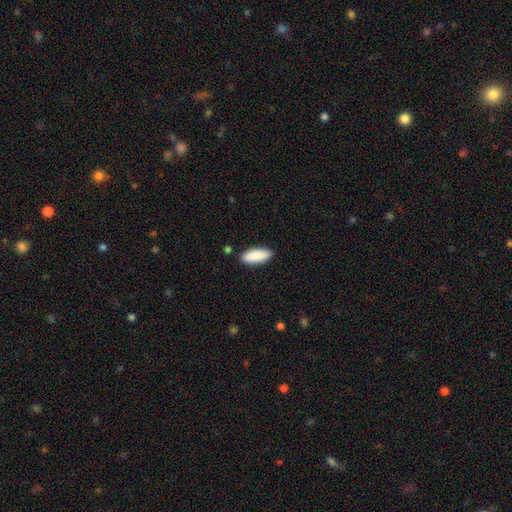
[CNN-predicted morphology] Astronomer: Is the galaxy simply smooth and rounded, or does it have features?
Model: smooth — 90%.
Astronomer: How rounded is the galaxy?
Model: in between — 74%.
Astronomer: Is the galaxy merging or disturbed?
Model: none — 88%.